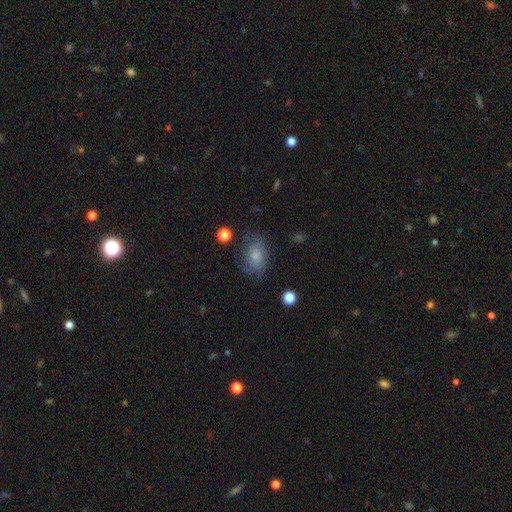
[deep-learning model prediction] smooth_or_featured: smooth (p=0.70) [alt: featured or disk p=0.21]
how_rounded: in between (p=0.80) [alt: round p=0.19]
merging: none (p=0.63) [alt: minor disturbance p=0.25]